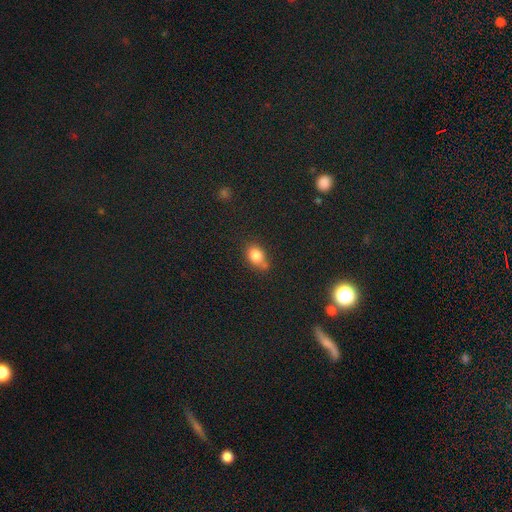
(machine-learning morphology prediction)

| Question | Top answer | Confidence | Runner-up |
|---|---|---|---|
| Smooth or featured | smooth | 82% | star or artifact (11%) |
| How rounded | in between | 60% | round (38%) |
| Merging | none | 60% | minor disturbance (23%) |